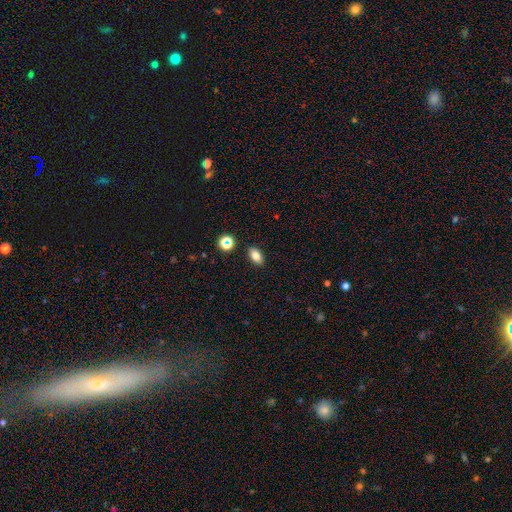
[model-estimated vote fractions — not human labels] This is clearly a smooth galaxy (80%). How rounded: clearly in between (87%). Merging: clearly none (87%).